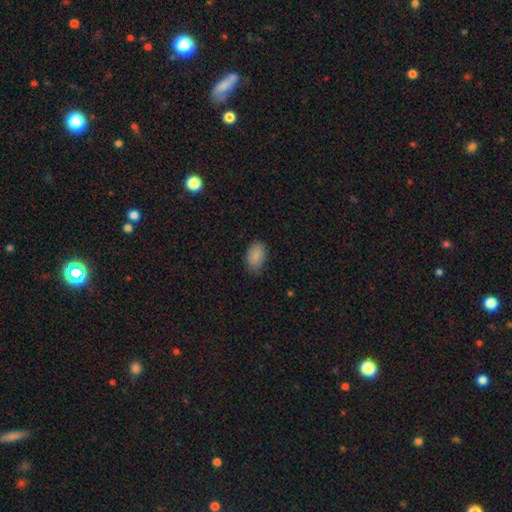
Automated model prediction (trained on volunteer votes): Smooth or featured?
  - smooth: 88% *
  - star or artifact: 8%
  - featured or disk: 4%
How rounded?
  - in between: 88% *
  - round: 10%
  - cigar-shaped: 1%
Merging?
  - none: 77% *
  - minor disturbance: 18%
  - major disturbance: 3%
  - merger: 1%